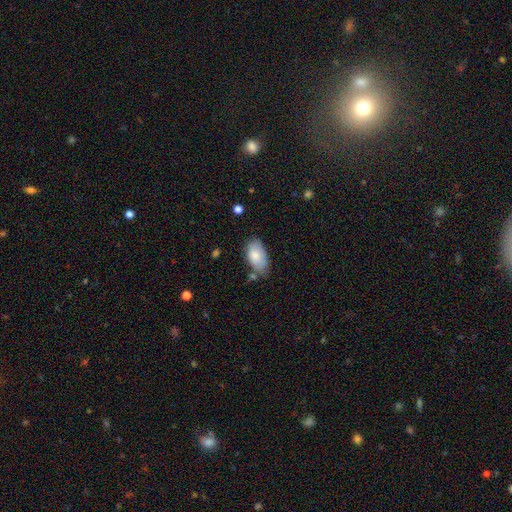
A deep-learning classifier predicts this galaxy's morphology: Smooth or featured: smooth — 81% (featured or disk — 12%)
How rounded: in between — 95% (round — 3%)
Merging: none — 67% (minor disturbance — 23%)